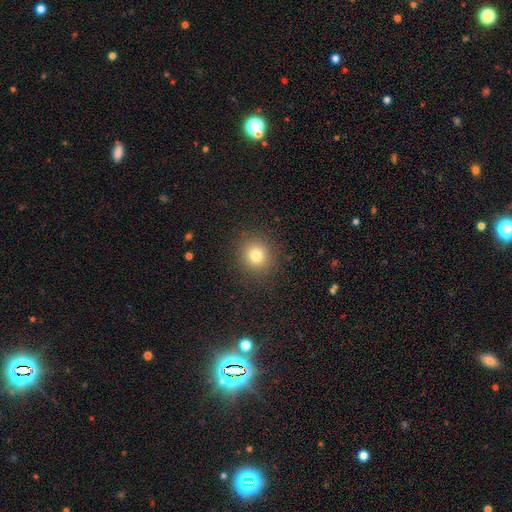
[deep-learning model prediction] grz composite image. It shows a smooth galaxy with no disk features (79%) that is round (88%). Merging: none (89%).